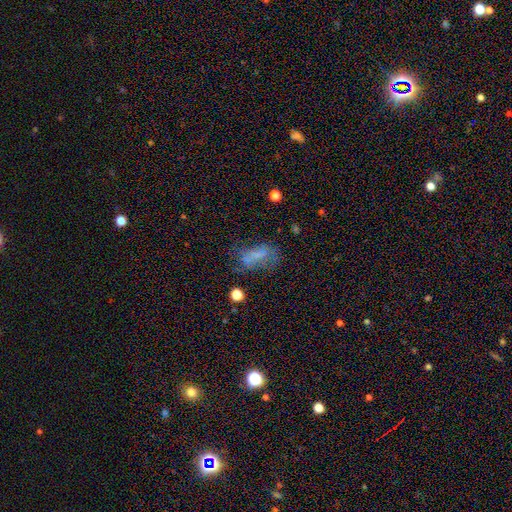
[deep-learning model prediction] A smooth galaxy with no disk features (51%) that is in between round and cigar-shaped (78%).

Vote fractions:
- Smooth or featured? smooth: 51% / featured or disk: 31% / star or artifact: 18%
- How rounded? in between: 78% / cigar-shaped: 15% / round: 6%
- Merging? none: 38% / major disturbance: 29% / minor disturbance: 24% / merger: 10%